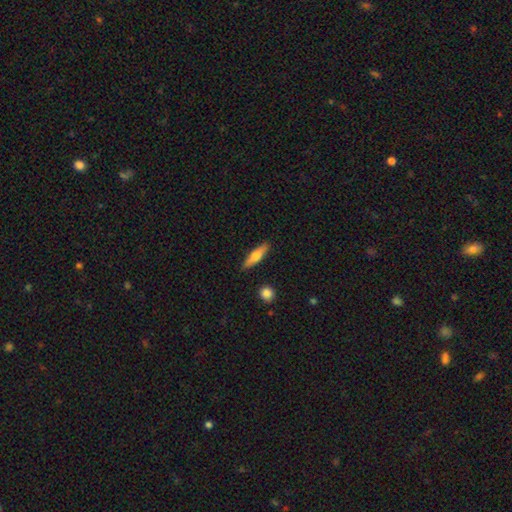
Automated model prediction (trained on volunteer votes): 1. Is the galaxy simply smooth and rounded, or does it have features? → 61% smooth, 33% featured or disk, 6% star or artifact.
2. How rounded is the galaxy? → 70% cigar-shaped, 28% in between, 2% round.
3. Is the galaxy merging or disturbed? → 87% none, 9% minor disturbance, 2% major disturbance, 2% merger.